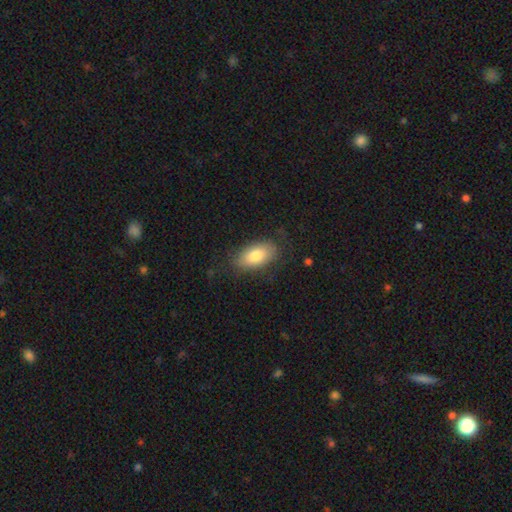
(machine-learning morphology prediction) This appears to be a smooth galaxy with no disk features (79%) that is in between round and cigar-shaped (92%). Merging: none (79%).